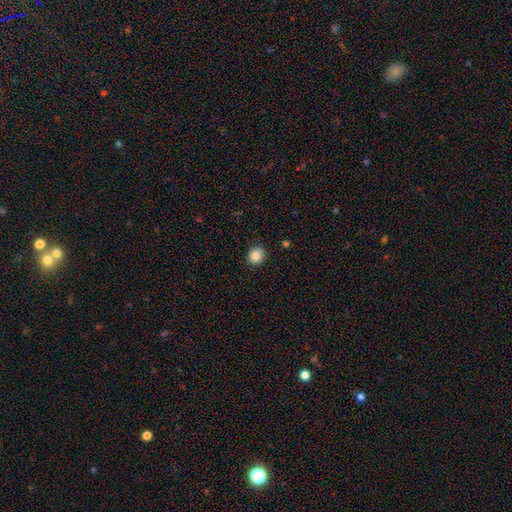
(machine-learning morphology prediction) type=smooth (86%); roundness=round (72%); merging=none (88%).